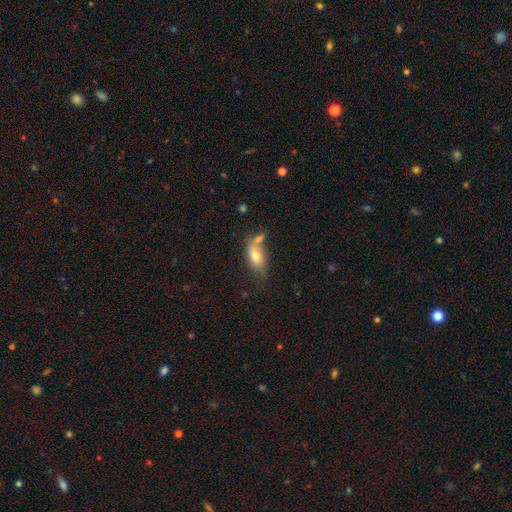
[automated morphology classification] smooth_or_featured: smooth (p=0.66) [alt: featured or disk p=0.25]
how_rounded: in between (p=0.84) [alt: cigar-shaped p=0.11]
merging: none (p=0.35) [alt: merger p=0.31]